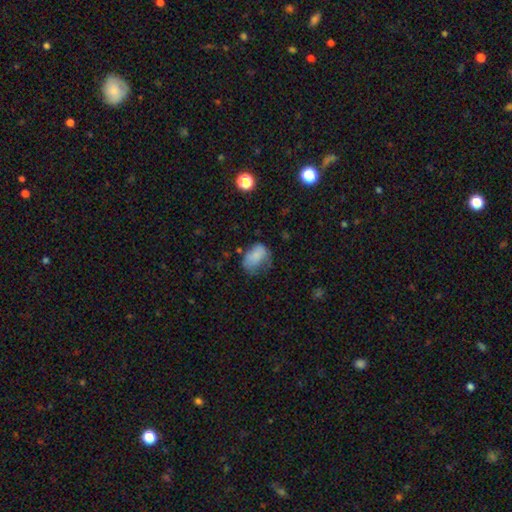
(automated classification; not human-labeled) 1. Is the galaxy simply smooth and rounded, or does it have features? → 77% smooth, 13% featured or disk, 10% star or artifact.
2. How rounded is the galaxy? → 81% in between, 18% round, 1% cigar-shaped.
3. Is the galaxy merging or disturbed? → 35% minor disturbance (tied), 35% none (tied), 27% major disturbance, 3% merger.